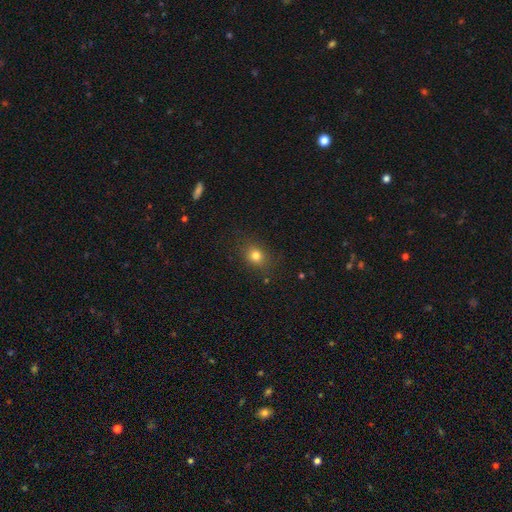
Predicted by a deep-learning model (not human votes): The model was most divided on "how rounded": round: 58%, in between: 41%, cigar-shaped: 1%. More confident: merging — none (84%); smooth or featured — smooth (78%).